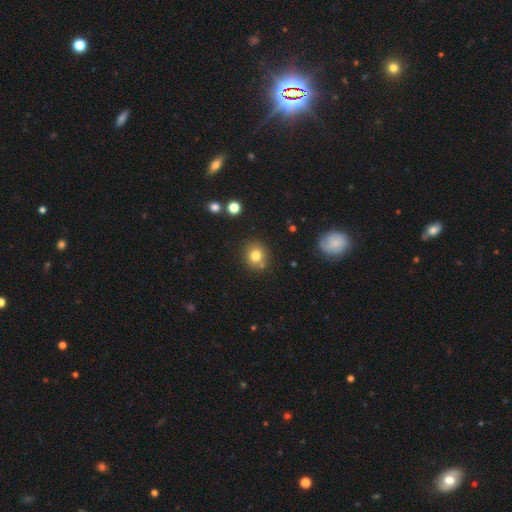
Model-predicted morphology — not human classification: Smooth or featured? smooth (79%)
How rounded? round (85%)
Merging? none (77%)